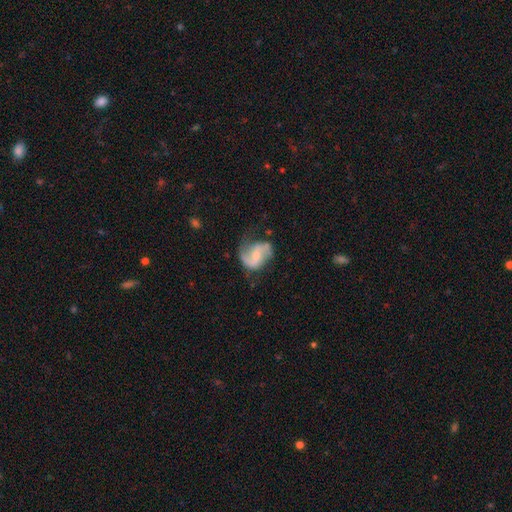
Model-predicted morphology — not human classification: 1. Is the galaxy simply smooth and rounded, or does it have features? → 79% featured or disk, 15% smooth, 6% star or artifact.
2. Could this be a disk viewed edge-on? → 98% no, 2% yes.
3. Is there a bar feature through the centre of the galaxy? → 47% weak, 37% no, 17% strong.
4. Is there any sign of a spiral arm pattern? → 94% yes, 6% no.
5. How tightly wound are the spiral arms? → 50% loose, 39% medium, 10% tight.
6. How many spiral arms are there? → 85% 2, 7% 1, 4% can't tell, 1% 3, 1% 4, 1% more than 4.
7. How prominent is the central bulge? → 48% small, 38% moderate, 10% none, 3% large, 1% dominant.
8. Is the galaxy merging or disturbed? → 59% none, 24% minor disturbance, 14% major disturbance, 3% merger.